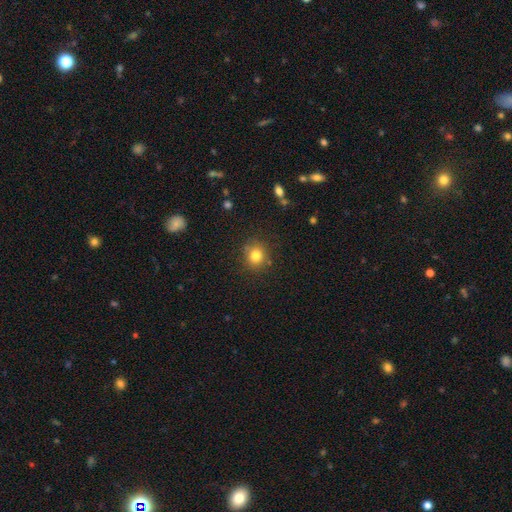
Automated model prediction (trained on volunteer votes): smooth-or-featured: smooth: 80% | star or artifact: 13% | featured or disk: 7%
  how-rounded: round: 87% | in between: 12% | cigar-shaped: 1%
  merging: none: 85% | minor disturbance: 10% | major disturbance: 3% | merger: 2%